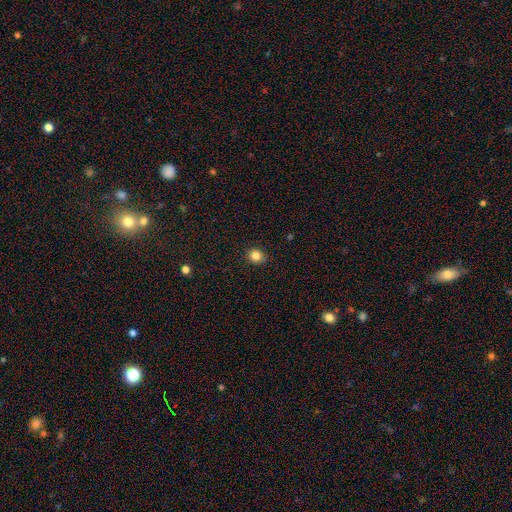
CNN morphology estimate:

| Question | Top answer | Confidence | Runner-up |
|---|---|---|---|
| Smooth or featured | smooth | 84% | star or artifact (11%) |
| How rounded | round | 79% | in between (20%) |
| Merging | none | 89% | minor disturbance (8%) |